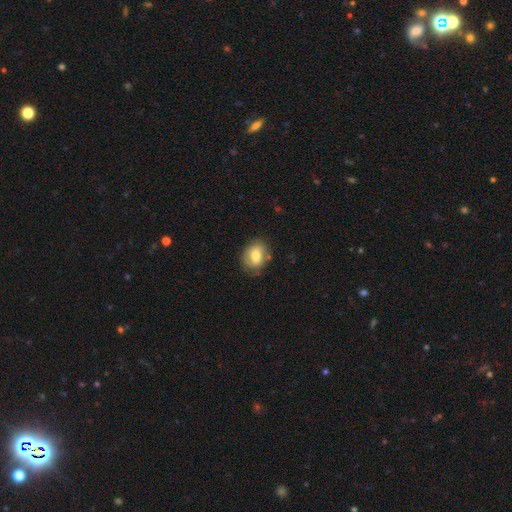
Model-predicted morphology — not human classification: smooth_or_featured: smooth (p=0.67) [alt: featured or disk p=0.25]
how_rounded: in between (p=0.61) [alt: round p=0.38]
merging: none (p=0.74) [alt: minor disturbance p=0.19]